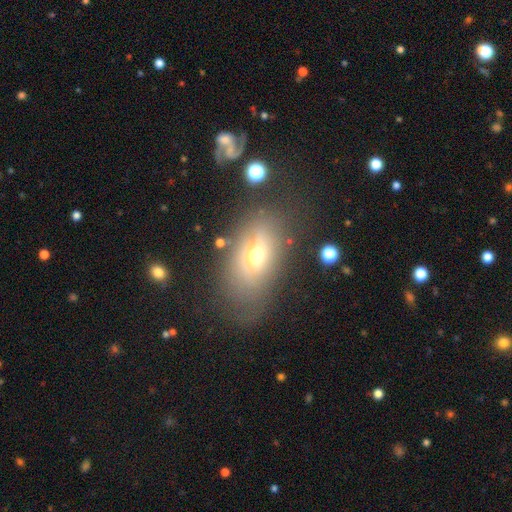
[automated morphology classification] smooth-or-featured: smooth: 55% | featured or disk: 32% | star or artifact: 13%
  how-rounded: in between: 81% | round: 15% | cigar-shaped: 4%
  merging: none: 61% | minor disturbance: 21% | major disturbance: 14% | merger: 4%